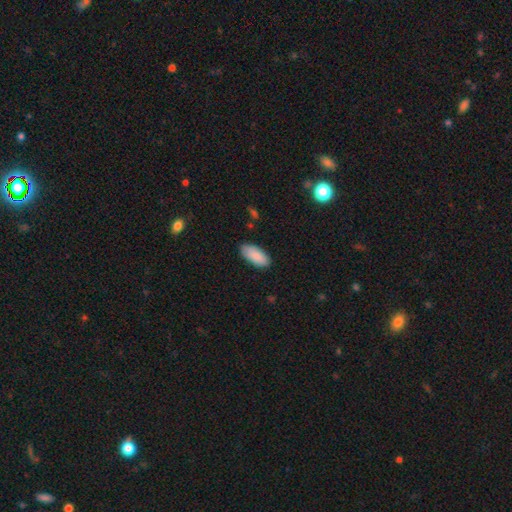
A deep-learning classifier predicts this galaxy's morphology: Smooth or featured? smooth (88%)
How rounded? in between (90%)
Merging? none (85%)